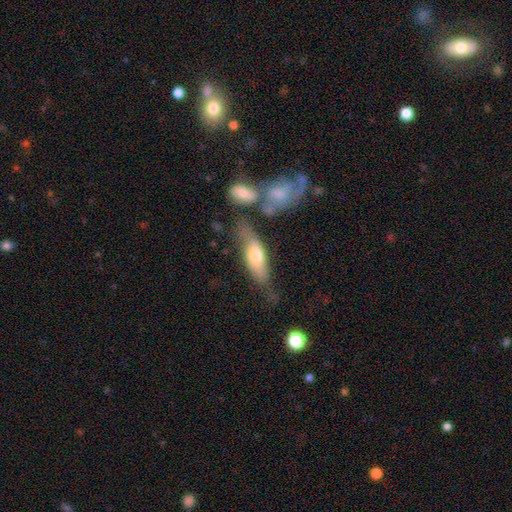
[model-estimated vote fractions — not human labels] The model was most divided on "smooth or featured": smooth: 50%, featured or disk: 43%, star or artifact: 7%. Remaining: how rounded — in between (56%); merging — none (45%).